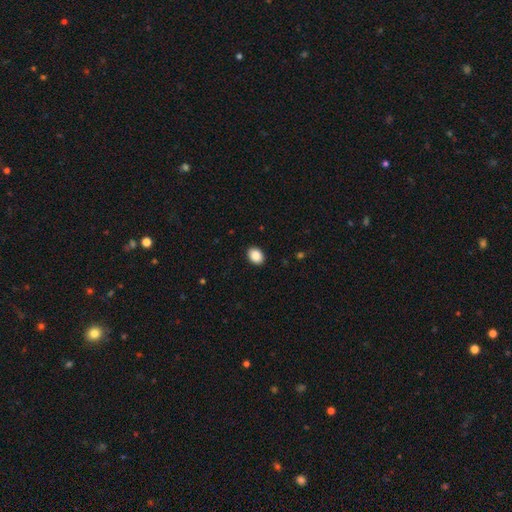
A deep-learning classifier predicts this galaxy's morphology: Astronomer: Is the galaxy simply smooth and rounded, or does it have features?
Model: smooth — 89%.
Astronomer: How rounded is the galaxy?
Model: in between — 68%.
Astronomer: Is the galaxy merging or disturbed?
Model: none — 91%.